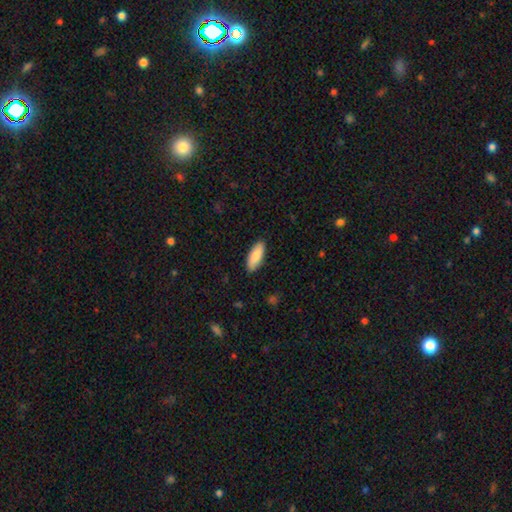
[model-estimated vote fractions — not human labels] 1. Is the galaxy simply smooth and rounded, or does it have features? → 87% smooth, 8% featured or disk, 5% star or artifact.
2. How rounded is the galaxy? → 71% in between, 27% cigar-shaped, 2% round.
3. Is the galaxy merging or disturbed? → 88% none, 9% minor disturbance, 2% major disturbance, 1% merger.